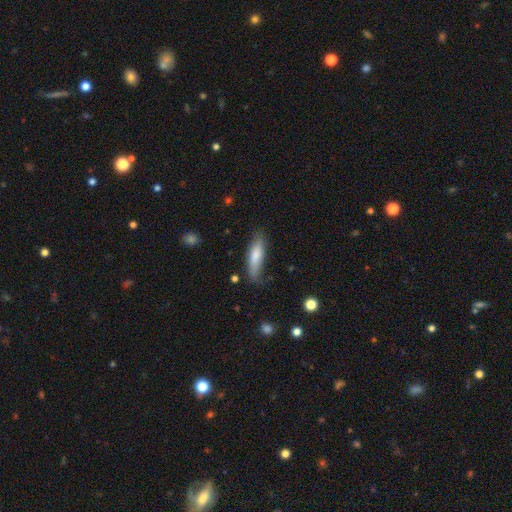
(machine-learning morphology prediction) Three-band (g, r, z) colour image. It shows a smooth galaxy with no disk features (78%) that is cigar-shaped (62%). Merging: none (72%).